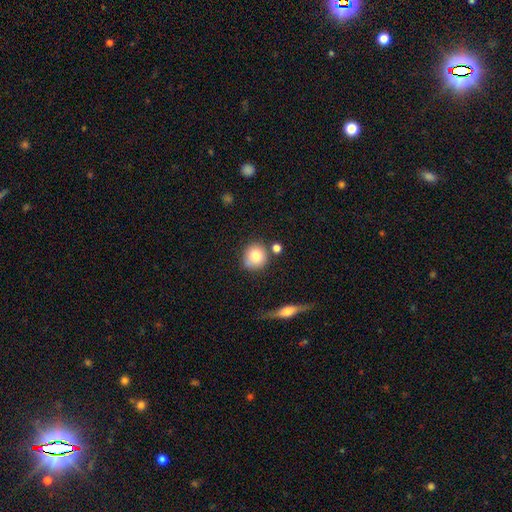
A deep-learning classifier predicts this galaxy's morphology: This is likely a smooth galaxy (78%). How rounded: clearly round (89%). Merging: likely none (73%).